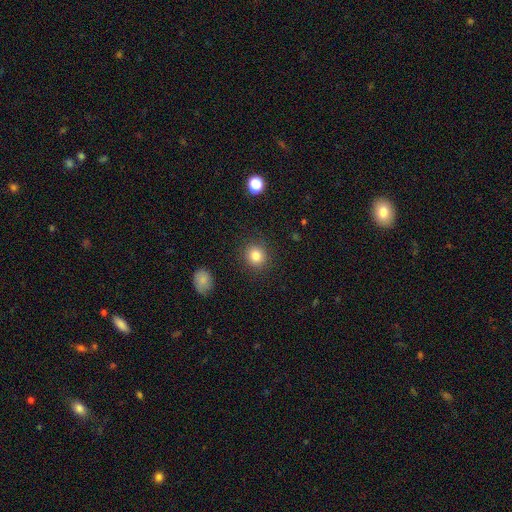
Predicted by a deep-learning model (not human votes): A smooth galaxy with no disk features (84%) that is round (87%). Merging: none (89%).